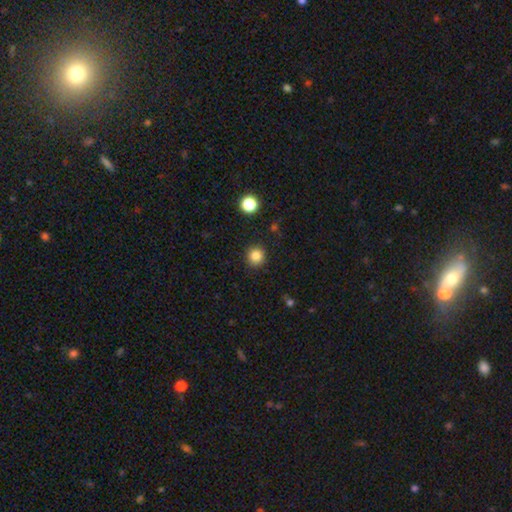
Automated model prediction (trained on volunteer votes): A smooth galaxy with no disk features (84%) that is round (92%).

Vote fractions:
- Smooth or featured? smooth: 84% / star or artifact: 12% / featured or disk: 4%
- How rounded? round: 92% / in between: 7% / cigar-shaped: 1%
- Merging? none: 90% / minor disturbance: 6% / major disturbance: 2% / merger: 1%